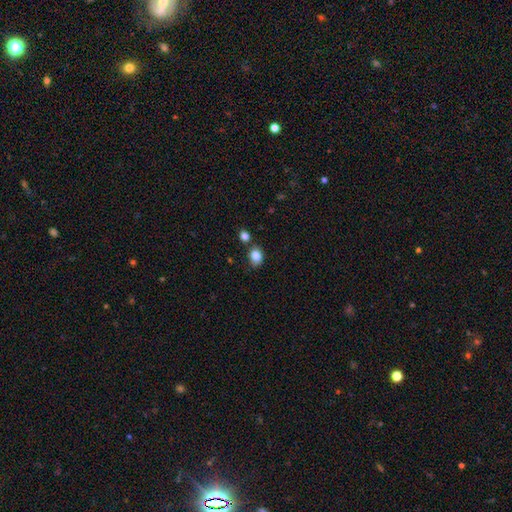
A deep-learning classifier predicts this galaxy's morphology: Smooth or featured? Predicted: smooth (p=0.84). How rounded? Predicted: in between (p=0.56). Merging? Predicted: none (p=0.68).